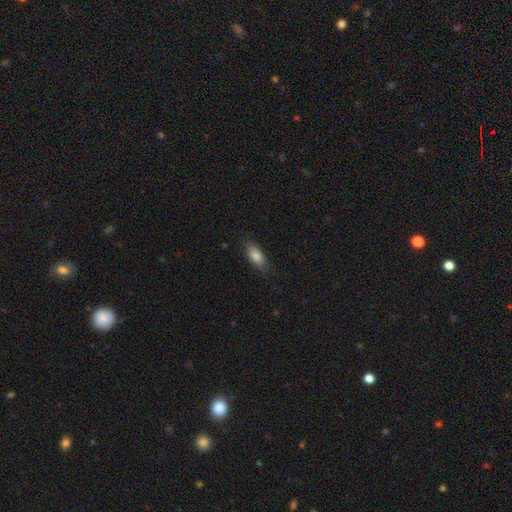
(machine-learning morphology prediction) A smooth galaxy with no disk features (82%) that is in between round and cigar-shaped (84%). Merging: none (80%).